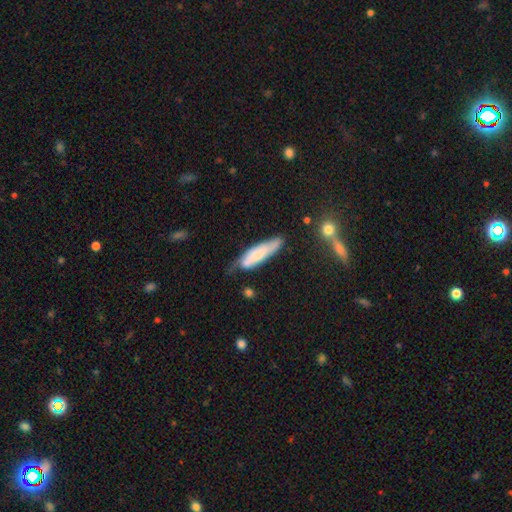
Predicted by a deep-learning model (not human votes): The model was most divided on "merging": none: 45%, minor disturbance: 37%, major disturbance: 14%, merger: 5%. More confident: smooth or featured — smooth (65%); how rounded — cigar-shaped (63%).